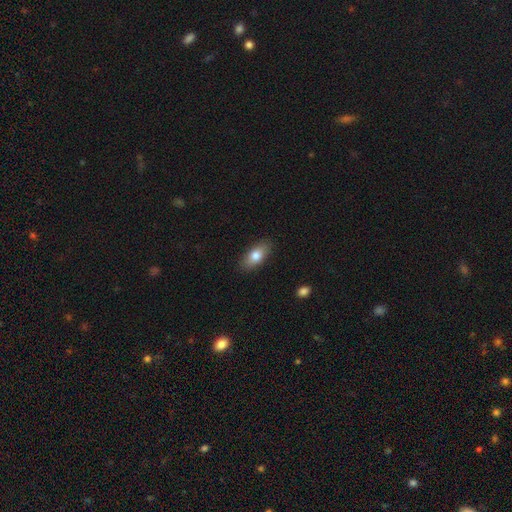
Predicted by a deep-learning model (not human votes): Q: Smooth or featured?
A: smooth (78%); runner-up: featured or disk (15%)
Q: How rounded?
A: in between (84%); runner-up: cigar-shaped (12%)
Q: Merging?
A: none (87%); runner-up: minor disturbance (10%)